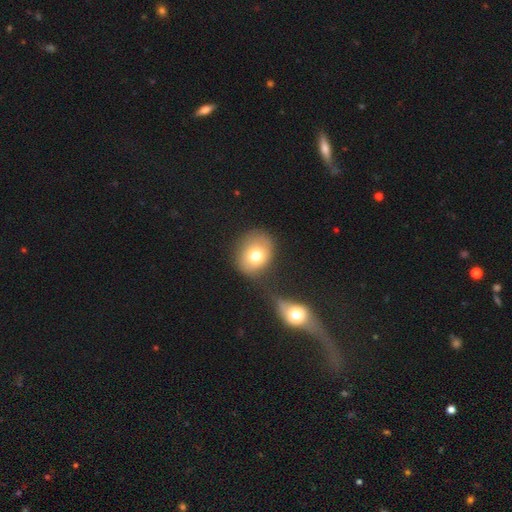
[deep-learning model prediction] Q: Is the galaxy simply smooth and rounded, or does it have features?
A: smooth — 72%.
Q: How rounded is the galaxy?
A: round — 58%.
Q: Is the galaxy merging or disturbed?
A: none — 60%.